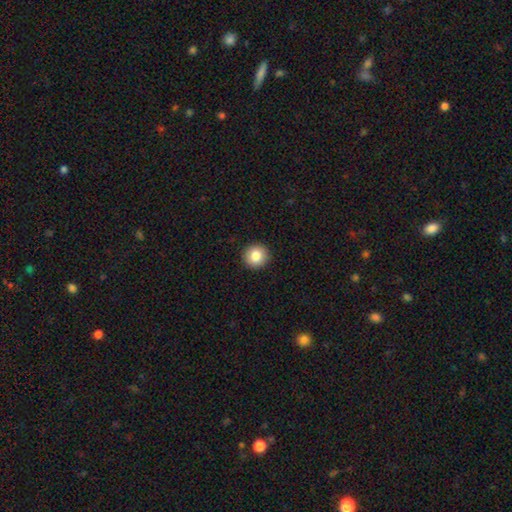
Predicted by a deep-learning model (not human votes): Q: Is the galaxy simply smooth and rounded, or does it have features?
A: smooth — 84%.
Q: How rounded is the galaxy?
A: round — 93%.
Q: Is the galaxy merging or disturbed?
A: none — 93%.